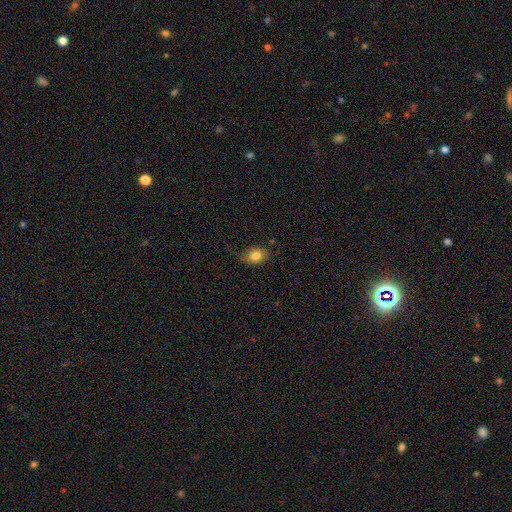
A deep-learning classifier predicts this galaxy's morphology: This is clearly a smooth galaxy (81%). How rounded: likely in between (78%). Merging: likely none (75%).